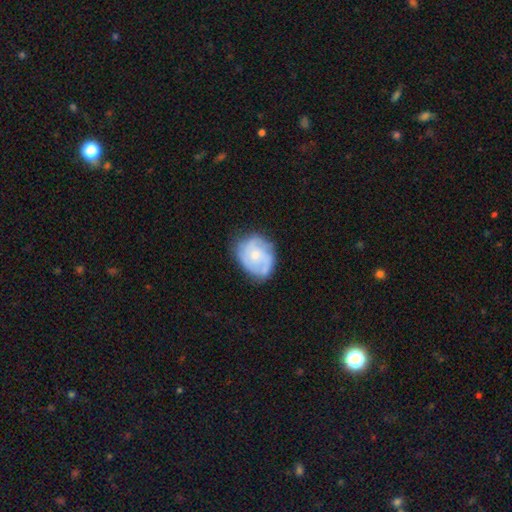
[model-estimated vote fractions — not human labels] A featured or disk galaxy (57%) with no bar (78%), spiral arms (71%) and a small central bulge (53%).

Vote fractions:
- Smooth or featured? featured or disk: 57% / smooth: 37% / star or artifact: 6%
- Edge-on disk? no: 97% / yes: 3%
- Bar? no: 78% / weak: 19% / strong: 3%
- Spiral arms? yes: 71% / no: 29%
- Bulge size? small: 53% / moderate: 39% / none: 4% / large: 2% / dominant: 1%
- Merging? none: 59% / minor disturbance: 28% / major disturbance: 10% / merger: 2%